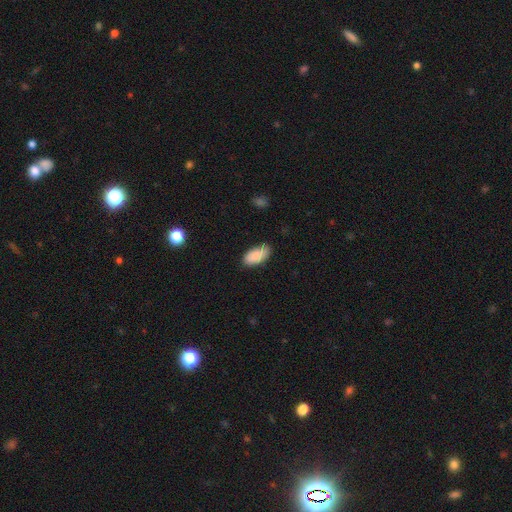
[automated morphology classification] smooth 88%, star or artifact 6%, featured or disk 6%. Down the decision tree: how rounded — in between (93%); merging — none (73%).